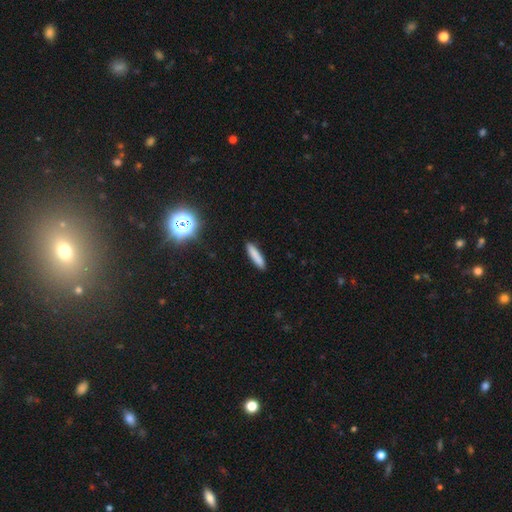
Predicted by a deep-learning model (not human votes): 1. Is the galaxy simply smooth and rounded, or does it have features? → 84% smooth, 8% star or artifact, 8% featured or disk.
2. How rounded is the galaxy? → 82% cigar-shaped, 16% in between, 2% round.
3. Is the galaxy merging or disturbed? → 90% none, 7% minor disturbance, 2% major disturbance, 1% merger.